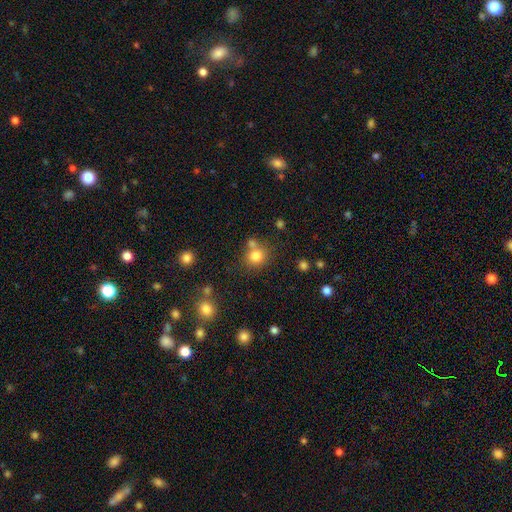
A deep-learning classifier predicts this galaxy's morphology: Smooth or featured? smooth (79%)
How rounded? round (84%)
Merging? none (63%)